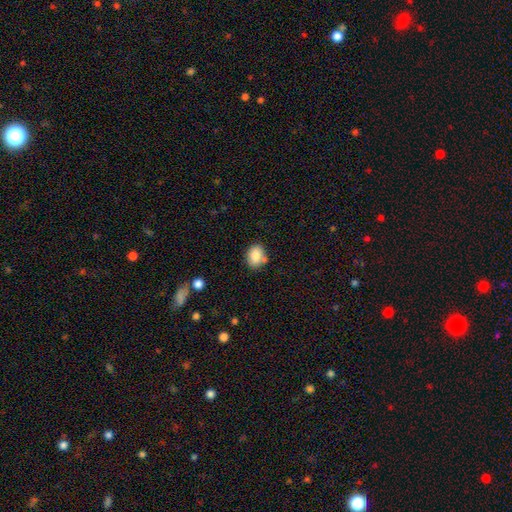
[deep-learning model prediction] smooth-or-featured: smooth: 83% | featured or disk: 8% | star or artifact: 8%
  how-rounded: in between: 65% | round: 34% | cigar-shaped: 1%
  merging: none: 70% | minor disturbance: 15% | merger: 11% | major disturbance: 3%